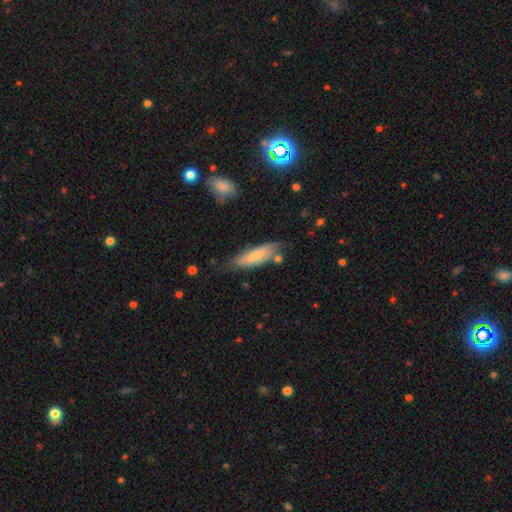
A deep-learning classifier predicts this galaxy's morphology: type=smooth (57%); roundness=in between (52%); merging=none (55%).